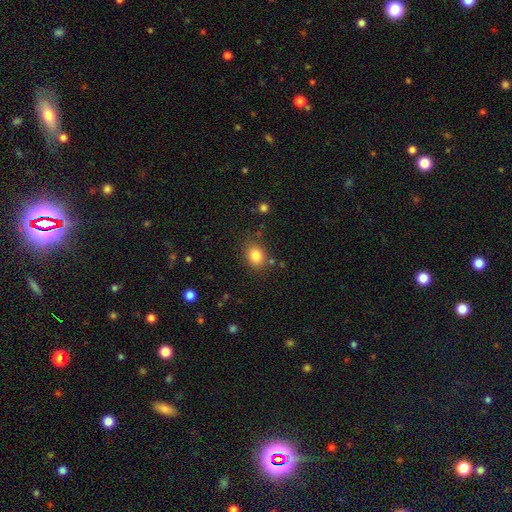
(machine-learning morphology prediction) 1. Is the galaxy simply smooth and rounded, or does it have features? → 83% smooth, 11% star or artifact, 7% featured or disk.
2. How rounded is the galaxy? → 50% round, 49% in between, 1% cigar-shaped.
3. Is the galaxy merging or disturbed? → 80% none, 13% minor disturbance, 4% merger, 4% major disturbance.